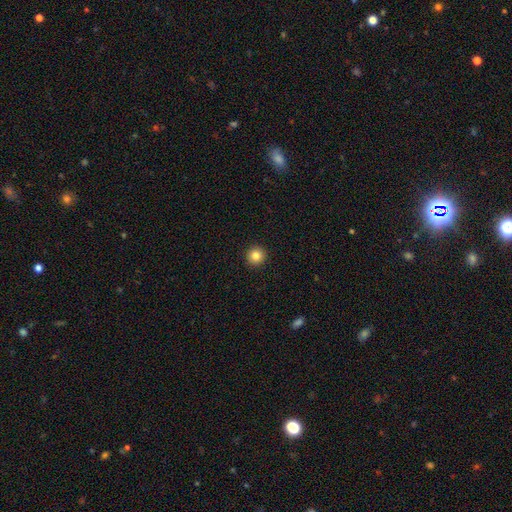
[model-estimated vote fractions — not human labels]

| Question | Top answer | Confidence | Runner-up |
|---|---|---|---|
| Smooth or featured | smooth | 84% | star or artifact (11%) |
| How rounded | round | 96% | in between (3%) |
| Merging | none | 94% | minor disturbance (4%) |